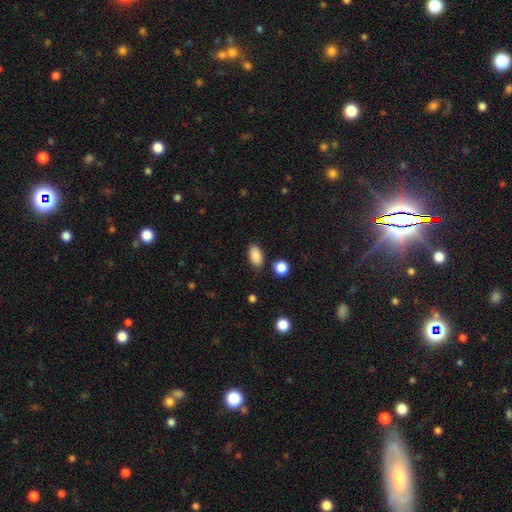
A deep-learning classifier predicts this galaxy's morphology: Smooth or featured: smooth — 87% (star or artifact — 8%)
How rounded: in between — 91% (round — 6%)
Merging: none — 82% (minor disturbance — 12%)